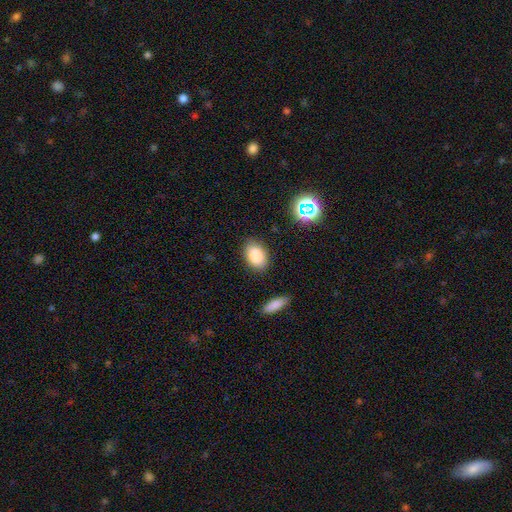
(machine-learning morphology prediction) Overall: smooth (84%). How rounded: in between (84%). Merging: none (85%).